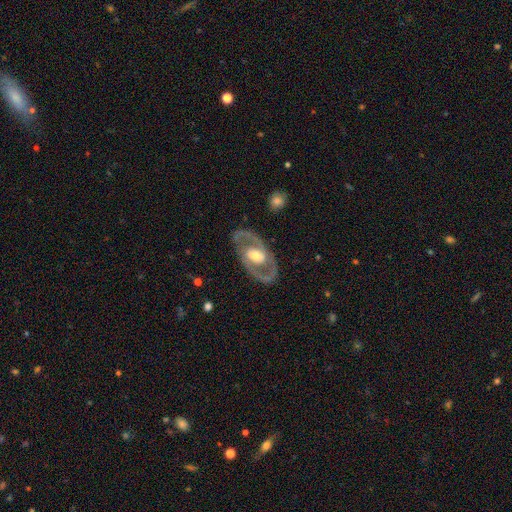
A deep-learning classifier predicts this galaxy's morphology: This appears to be a featured or disk galaxy (82%) with no bar (44%), 2 (86%) medium (53%) spiral arms (72%) and a moderate central bulge (65%). Merging: none (84%).